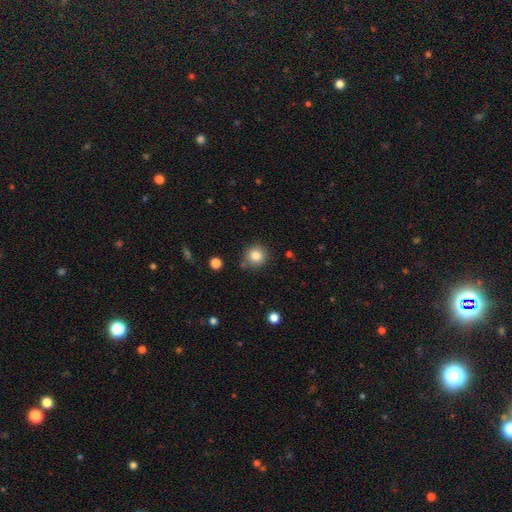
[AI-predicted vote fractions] Smooth or featured? Predicted: smooth (p=0.84). How rounded? Predicted: round (p=0.92). Merging? Predicted: none (p=0.82).